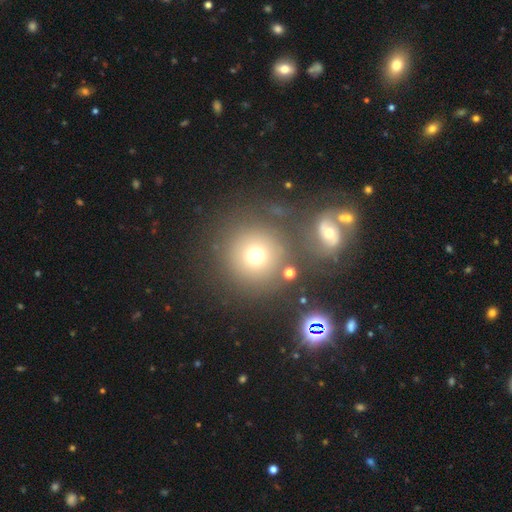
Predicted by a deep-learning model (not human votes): Smooth or featured?
  - smooth: 71% *
  - star or artifact: 15%
  - featured or disk: 14%
How rounded?
  - round: 94% *
  - in between: 5%
  - cigar-shaped: 1%
Merging?
  - none: 72% *
  - merger: 13%
  - minor disturbance: 9%
  - major disturbance: 6%